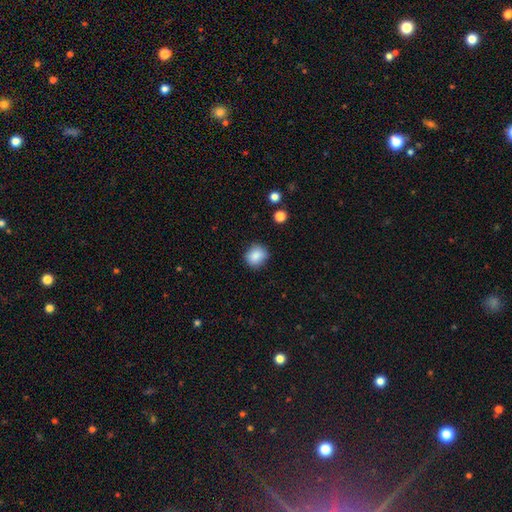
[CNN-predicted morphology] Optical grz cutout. It shows a smooth galaxy with no disk features (87%) that is round (77%). Merging: none (84%).